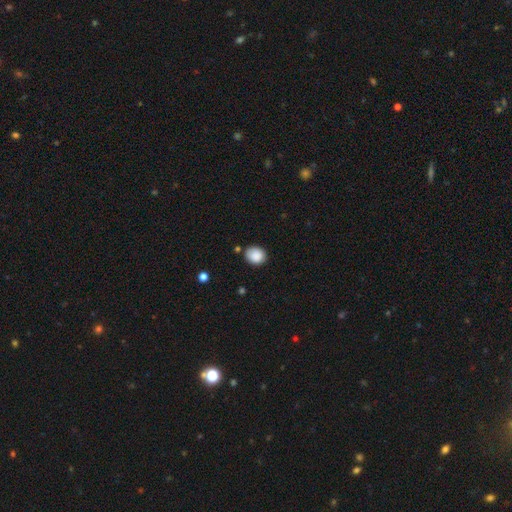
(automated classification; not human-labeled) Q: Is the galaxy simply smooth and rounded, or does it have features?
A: smooth — 88%.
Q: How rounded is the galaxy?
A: round — 64%.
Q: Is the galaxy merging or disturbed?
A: none — 78%.